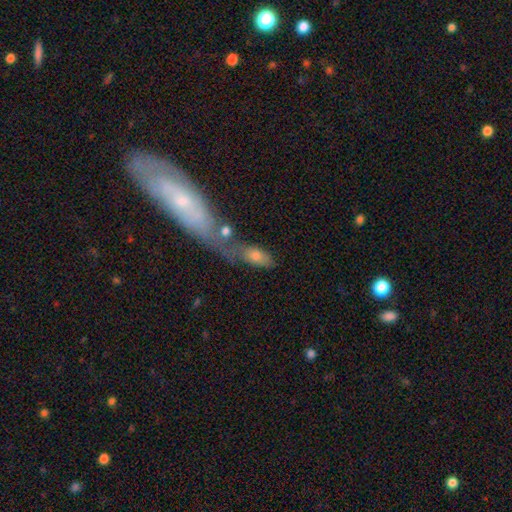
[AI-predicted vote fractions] The model was most divided on "merging" (2-way tie): none: 37%, merger: 37%, minor disturbance: 15%, major disturbance: 11%. More confident: how rounded — in between (71%); smooth or featured — smooth (69%).